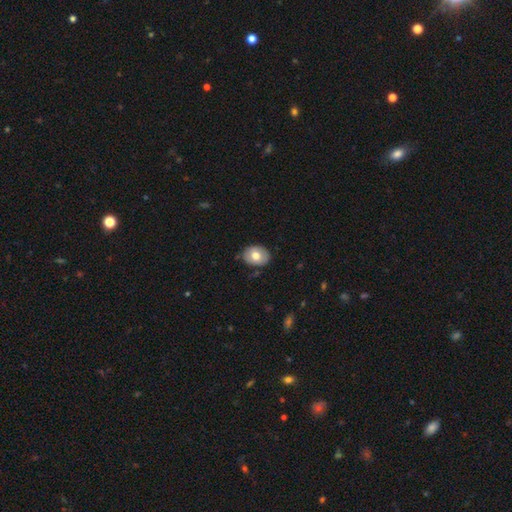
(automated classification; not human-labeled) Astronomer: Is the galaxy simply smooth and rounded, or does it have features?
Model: smooth — 72%.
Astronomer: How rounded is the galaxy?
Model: in between — 60% (runner-up: round, 39%).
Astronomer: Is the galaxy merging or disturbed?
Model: none — 85%.